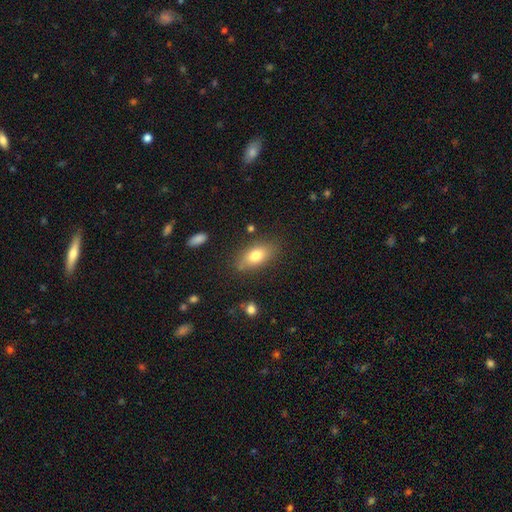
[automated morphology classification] type=smooth (77%); roundness=in between (85%); merging=none (77%).